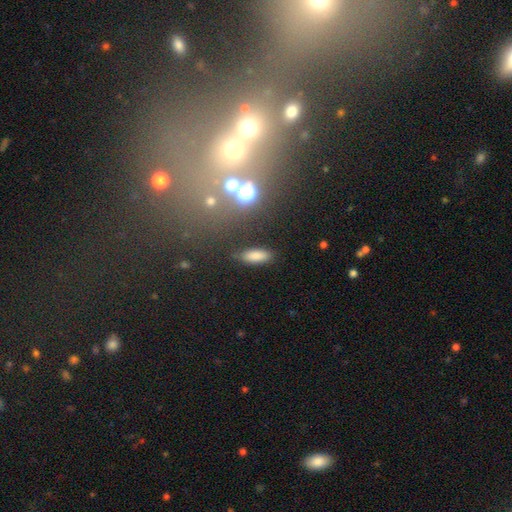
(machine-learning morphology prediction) Smooth or featured?
  - smooth: 82% *
  - star or artifact: 11%
  - featured or disk: 7%
How rounded?
  - in between: 65% *
  - cigar-shaped: 32%
  - round: 3%
Merging?
  - none: 84% *
  - minor disturbance: 11%
  - major disturbance: 3%
  - merger: 2%